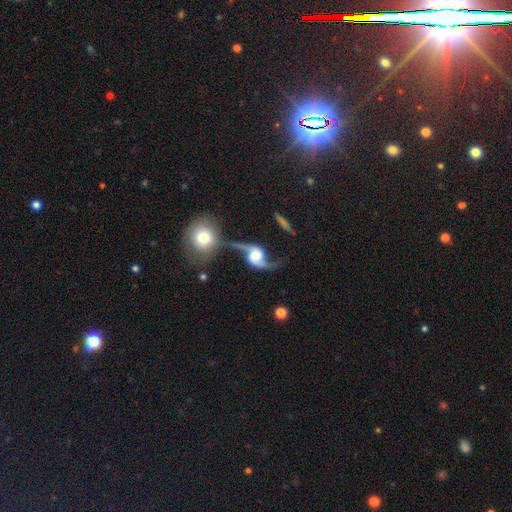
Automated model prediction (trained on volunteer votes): Smooth or featured?
  - featured or disk: 90% *
  - smooth: 5%
  - star or artifact: 5%
Edge-on disk?
  - no: 96% *
  - yes: 4%
Bar?
  - no: 53% *
  - weak: 35%
  - strong: 12%
Spiral arms?
  - yes: 97% *
  - no: 3%
Spiral winding?
  - loose: 84% *
  - medium: 13%
  - tight: 3%
Spiral arm count?
  - 2: 94% *
  - 1: 2%
  - can't tell: 1%
  - 3: 1%
  - 4: 1%
  - more than 4: 1%
Bulge size?
  - large: 40% *
  - moderate: 35%
  - small: 12%
  - dominant: 8%
  - none: 5%
Merging?
  - none: 58% *
  - minor disturbance: 15%
  - merger: 15%
  - major disturbance: 12%